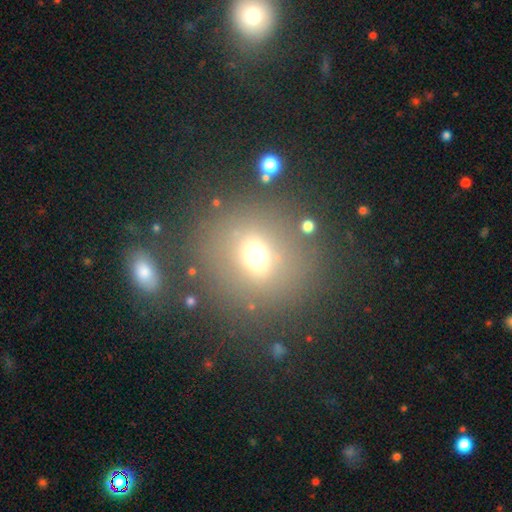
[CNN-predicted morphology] This is likely a smooth galaxy (65%). How rounded: likely round (78%). Merging: likely none (76%).